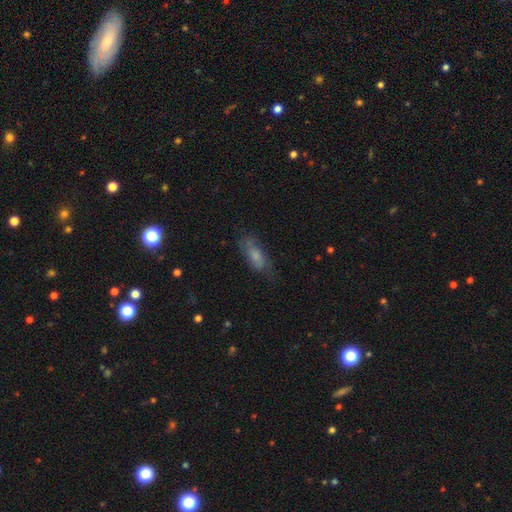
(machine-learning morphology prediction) type=smooth (61%); roundness=in between (73%); merging=none (63%).